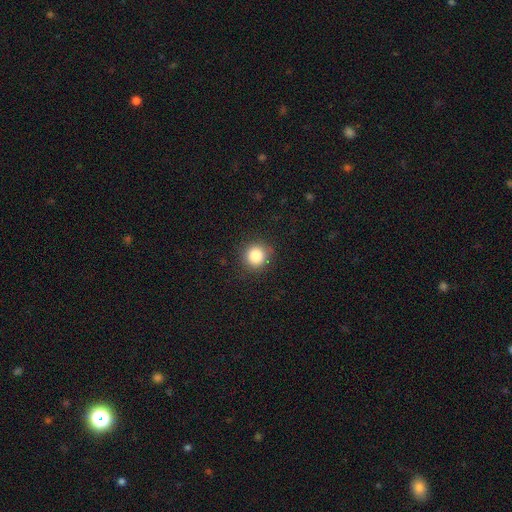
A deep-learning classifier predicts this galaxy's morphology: Smooth or featured? Predicted: smooth (p=0.85). How rounded? Predicted: round (p=0.92). Merging? Predicted: none (p=0.88).